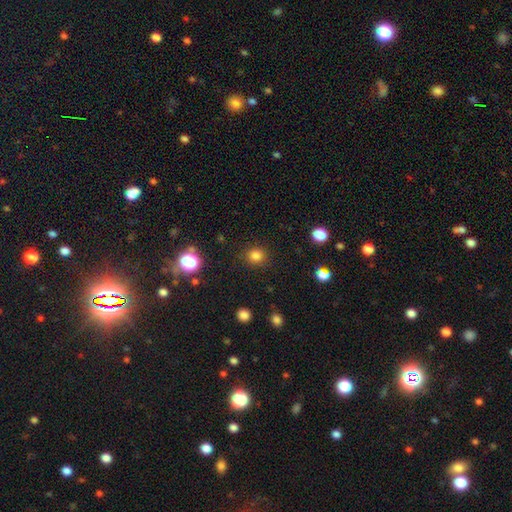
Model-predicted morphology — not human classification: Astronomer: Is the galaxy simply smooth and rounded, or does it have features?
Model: smooth — 82%.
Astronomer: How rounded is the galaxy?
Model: round — 87%.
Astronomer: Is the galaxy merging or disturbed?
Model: none — 89%.